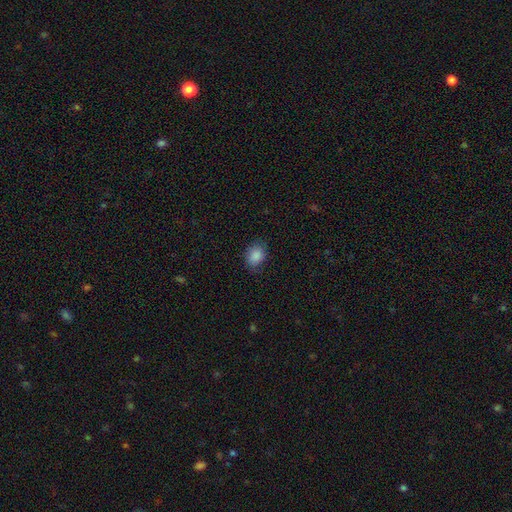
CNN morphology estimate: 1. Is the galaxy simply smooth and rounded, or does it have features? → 87% smooth, 9% star or artifact, 4% featured or disk.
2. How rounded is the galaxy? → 54% in between, 45% round, 1% cigar-shaped.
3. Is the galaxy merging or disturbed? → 76% none, 18% minor disturbance, 4% major disturbance, 1% merger.